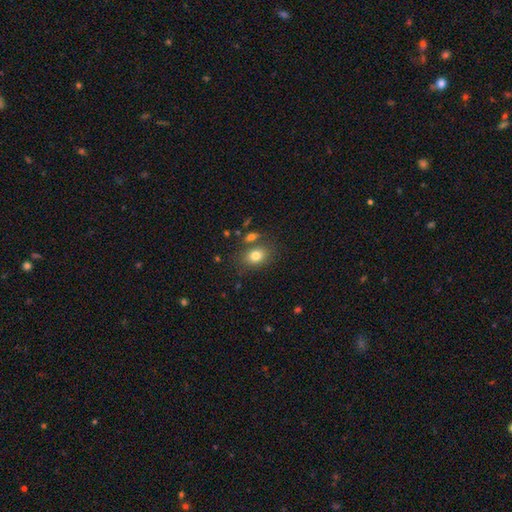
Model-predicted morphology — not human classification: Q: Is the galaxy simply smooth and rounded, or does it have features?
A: smooth — 80%.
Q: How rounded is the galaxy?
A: in between — 66%.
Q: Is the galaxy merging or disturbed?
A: none — 69%.